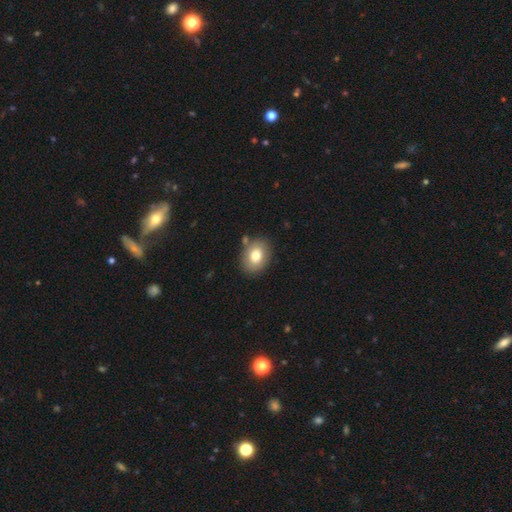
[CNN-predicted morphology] Smooth or featured? smooth (77%)
How rounded? in between (61%)
Merging? none (81%)